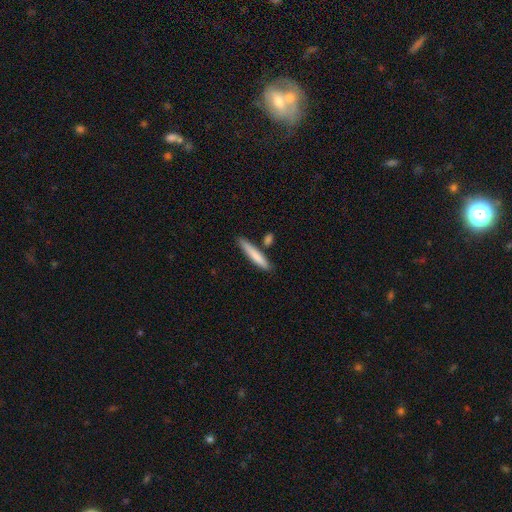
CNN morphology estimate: This is likely a smooth galaxy (79%). How rounded: clearly cigar-shaped (92%). Merging: likely none (80%).